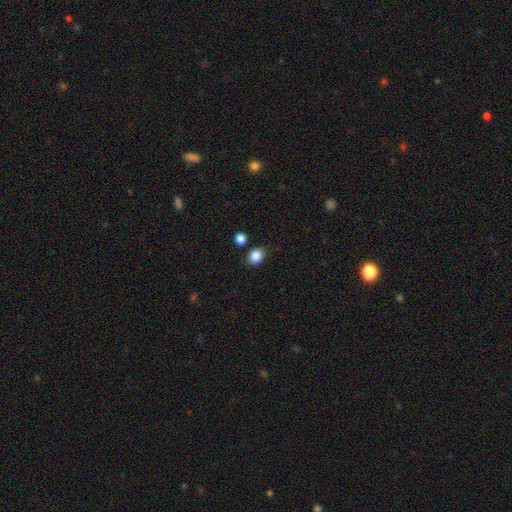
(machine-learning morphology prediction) smooth_or_featured: smooth (p=0.87) [alt: star or artifact p=0.09]
how_rounded: in between (p=0.58) [alt: round p=0.41]
merging: none (p=0.80) [alt: minor disturbance p=0.12]